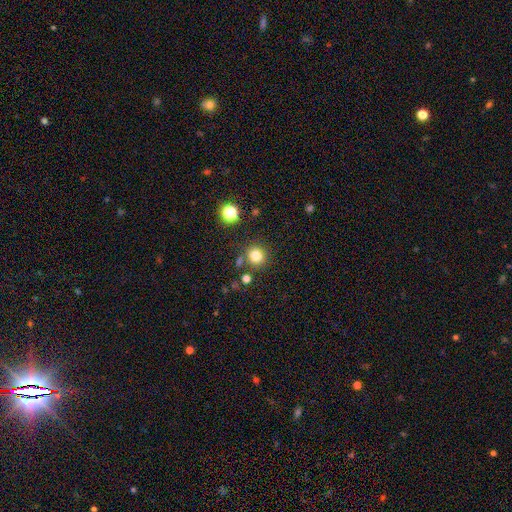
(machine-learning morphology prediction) A smooth galaxy with no disk features (79%) that is round (92%).

Vote fractions:
- Smooth or featured? smooth: 79% / star or artifact: 14% / featured or disk: 6%
- How rounded? round: 92% / in between: 7% / cigar-shaped: 1%
- Merging? none: 81% / minor disturbance: 8% / merger: 7% / major disturbance: 3%